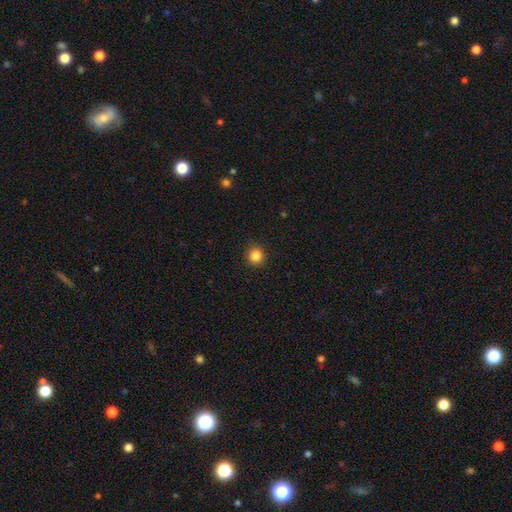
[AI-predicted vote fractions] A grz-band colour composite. It shows a smooth galaxy with no disk features (85%) that is round (91%). Merging: none (90%).